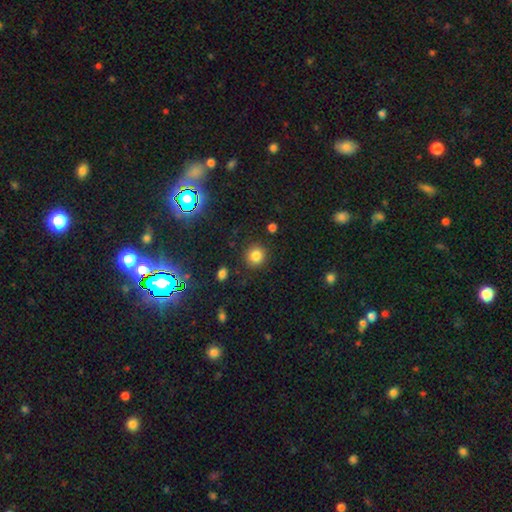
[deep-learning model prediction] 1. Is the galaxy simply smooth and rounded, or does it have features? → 81% smooth, 14% star or artifact, 5% featured or disk.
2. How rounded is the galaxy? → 90% round, 9% in between, 1% cigar-shaped.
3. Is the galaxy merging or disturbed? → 88% none, 7% minor disturbance, 3% major disturbance, 2% merger.